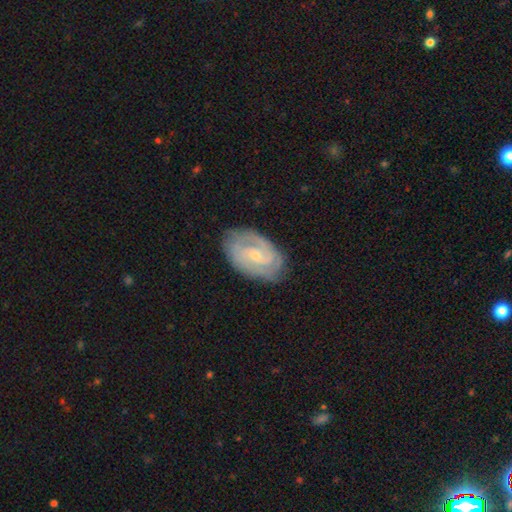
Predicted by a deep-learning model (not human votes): A featured or disk galaxy (82%) with a weak bar (47%), 2 (62%) tight (55%) spiral arms (95%) and a small central bulge (67%). Merging: none (79%).